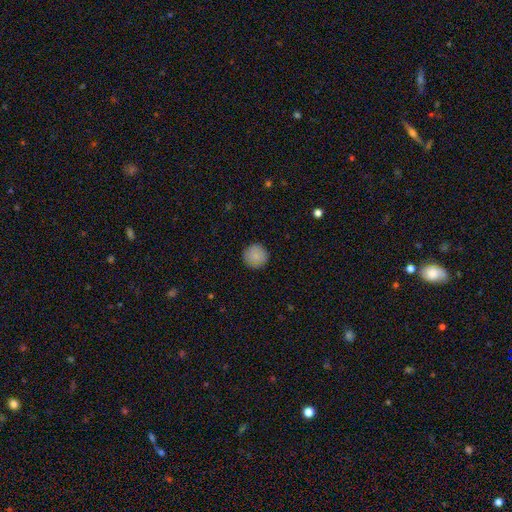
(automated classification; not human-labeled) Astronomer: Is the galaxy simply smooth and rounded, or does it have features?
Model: smooth — 85%.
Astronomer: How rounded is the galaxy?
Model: round — 95%.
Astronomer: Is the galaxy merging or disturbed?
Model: none — 89%.